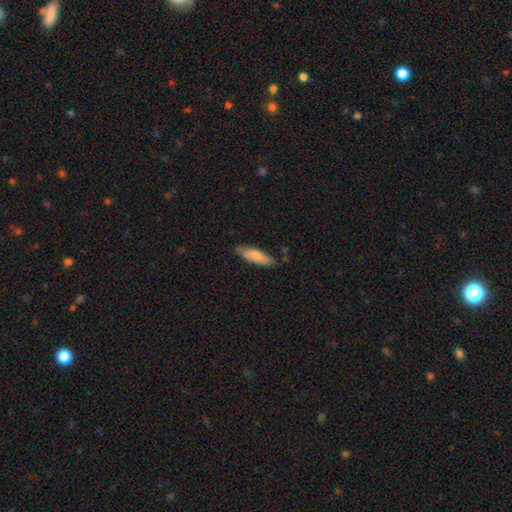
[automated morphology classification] Smooth or featured: smooth — 74% (featured or disk — 20%)
How rounded: in between — 52% (cigar-shaped — 46%)
Merging: none — 71% (minor disturbance — 23%)